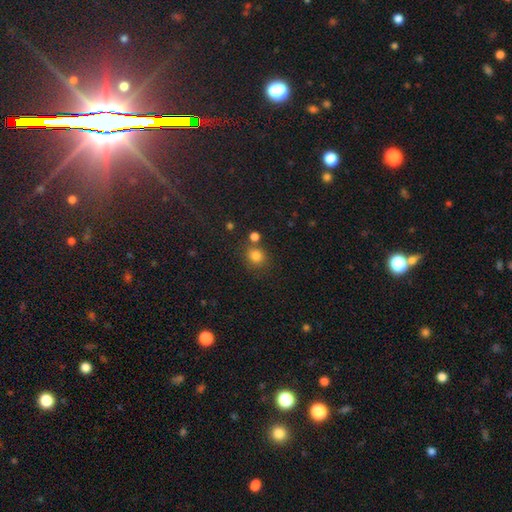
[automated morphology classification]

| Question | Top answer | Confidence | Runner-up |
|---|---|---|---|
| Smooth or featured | smooth | 81% | star or artifact (13%) |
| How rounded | round | 80% | in between (19%) |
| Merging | none | 70% | merger (15%) |